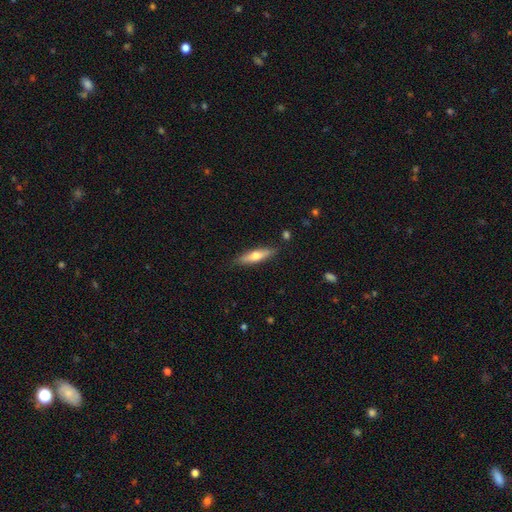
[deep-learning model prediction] The model was most divided on "smooth or featured": smooth: 57%, featured or disk: 37%, star or artifact: 6%. More confident: merging — none (86%); how rounded — cigar-shaped (69%).